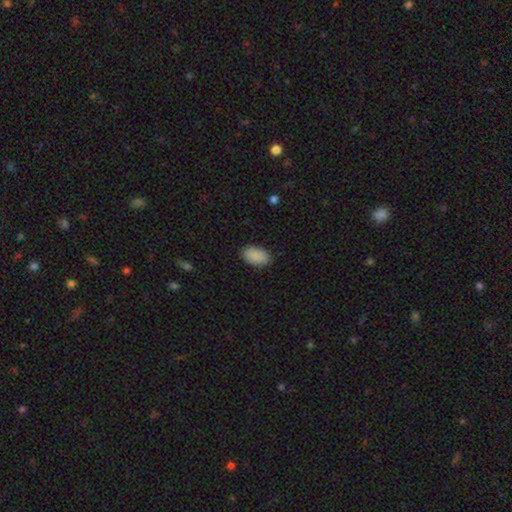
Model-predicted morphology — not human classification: Q: Smooth or featured?
A: smooth (90%); runner-up: star or artifact (7%)
Q: How rounded?
A: in between (94%); runner-up: round (5%)
Q: Merging?
A: none (87%); runner-up: minor disturbance (10%)